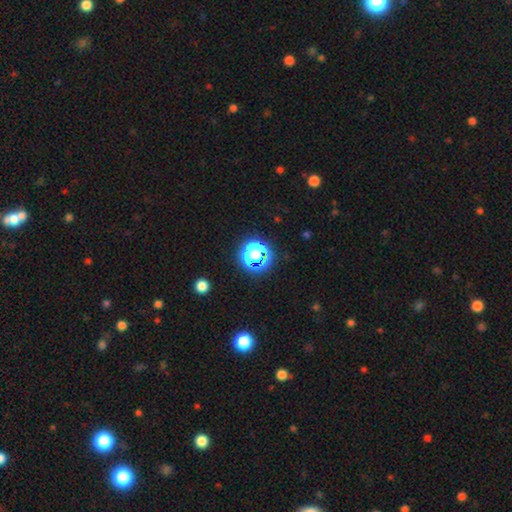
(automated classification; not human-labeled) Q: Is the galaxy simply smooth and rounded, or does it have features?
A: star or artifact — 51%.